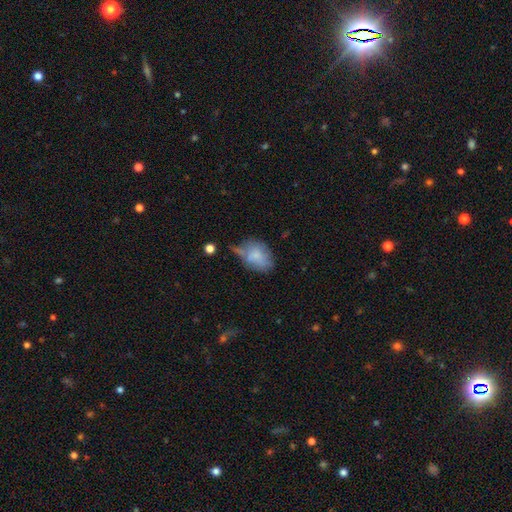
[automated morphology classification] A smooth galaxy with no disk features (68%) that is in between round and cigar-shaped (77%).

Vote fractions:
- Smooth or featured? smooth: 68% / featured or disk: 22% / star or artifact: 9%
- How rounded? in between: 77% / round: 21% / cigar-shaped: 2%
- Merging? minor disturbance: 36% / none: 33% / major disturbance: 20% / merger: 11%